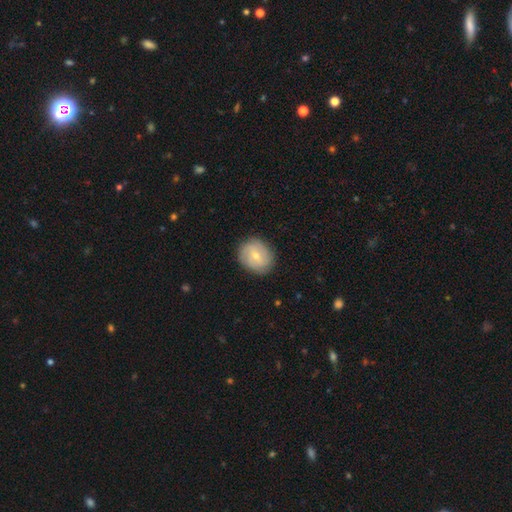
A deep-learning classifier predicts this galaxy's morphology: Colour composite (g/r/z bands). It shows a smooth galaxy with no disk features (51%) that is round (68%). Merging: none (84%).